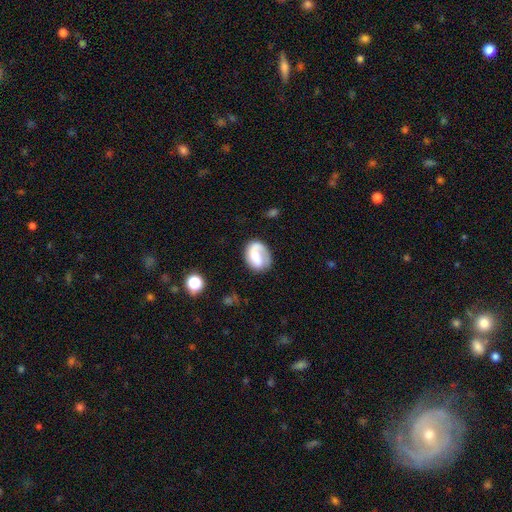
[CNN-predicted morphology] A featured or disk galaxy (53%) with no bar (42%), spiral arms (79%) and no central bulge (34%).

Vote fractions:
- Smooth or featured? featured or disk: 53% / smooth: 40% / star or artifact: 7%
- Edge-on disk? no: 98% / yes: 2%
- Bar? no: 42% / weak: 37% / strong: 21%
- Spiral arms? yes: 79% / no: 21%
- Bulge size? none: 34% / moderate: 22% / large: 22% / small: 17% / dominant: 6%
- Merging? none: 57% / minor disturbance: 22% / major disturbance: 18% / merger: 4%